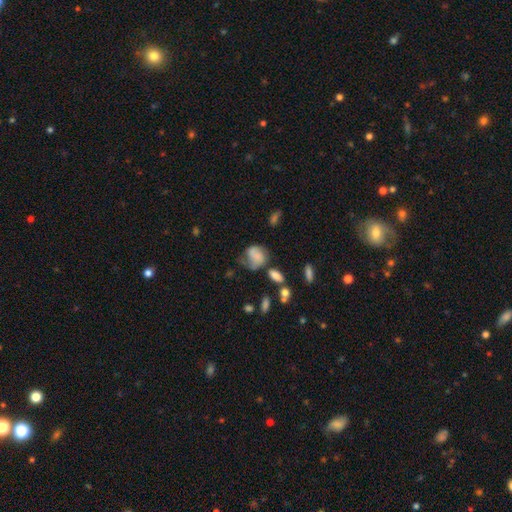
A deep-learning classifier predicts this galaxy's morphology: The model was most divided on "how rounded": in between: 50%, round: 48%, cigar-shaped: 2%. Remaining: smooth or featured — smooth (57%); merging — none (33%).